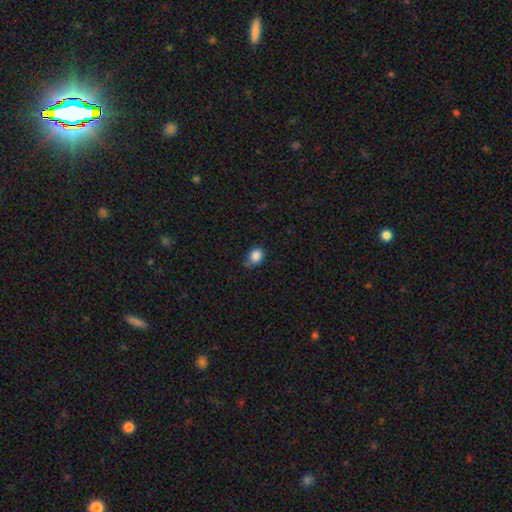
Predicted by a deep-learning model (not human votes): Smooth or featured? Predicted: smooth (p=0.86). How rounded? Predicted: round (p=0.69). Merging? Predicted: none (p=0.58).